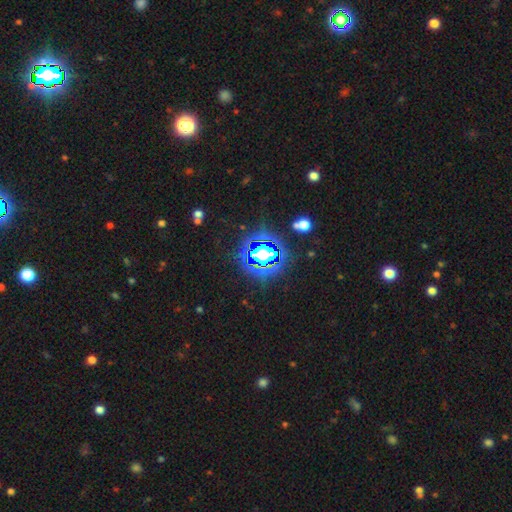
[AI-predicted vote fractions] Smooth or featured? Predicted: star or artifact (p=0.80).